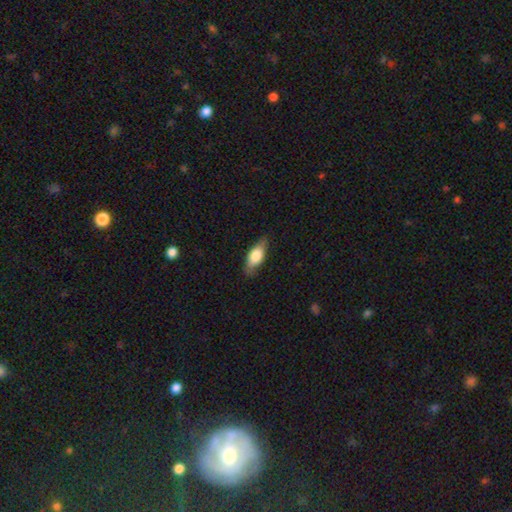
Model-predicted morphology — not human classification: Smooth or featured? Predicted: smooth (p=0.67). How rounded? Predicted: in between (p=0.75). Merging? Predicted: none (p=0.81).